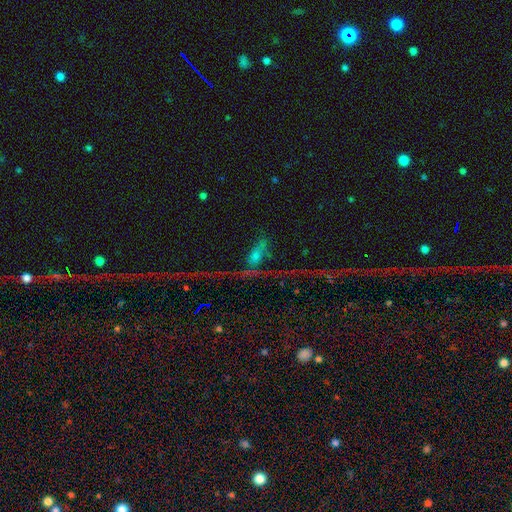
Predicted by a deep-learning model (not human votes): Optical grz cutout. It shows a star or artifact, not a galaxy (45%).